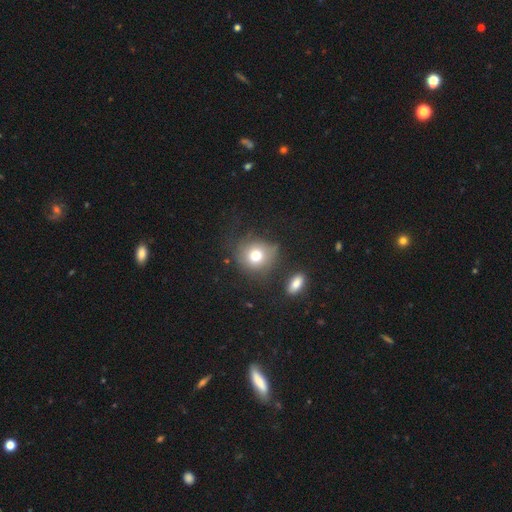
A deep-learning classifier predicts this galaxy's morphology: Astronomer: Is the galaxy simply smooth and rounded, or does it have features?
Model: smooth — 74%.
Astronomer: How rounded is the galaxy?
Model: round — 83%.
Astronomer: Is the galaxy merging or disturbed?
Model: none — 66%.